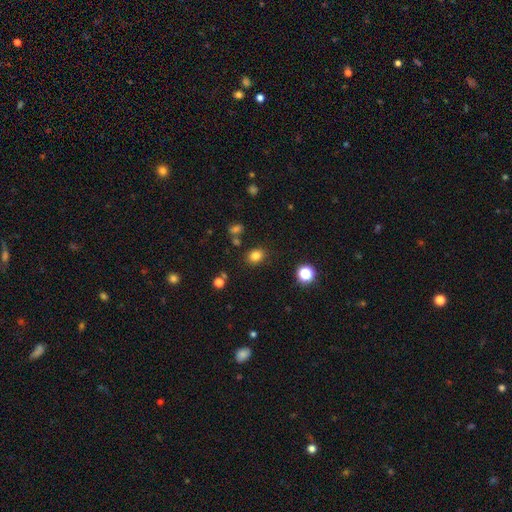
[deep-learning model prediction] This appears to be a smooth galaxy with no disk features (81%) that is round (51%). Merging: none (83%).